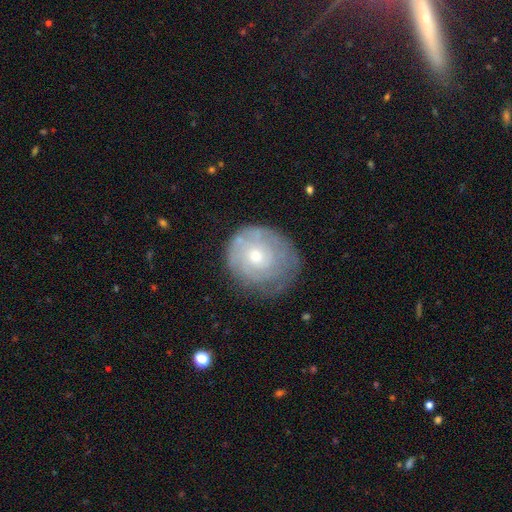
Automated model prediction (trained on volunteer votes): Smooth or featured: featured or disk — 54% (smooth — 39%)
Edge-on disk: no — 97% (yes — 3%)
Bar: no — 82% (weak — 16%)
Spiral arms: yes — 62% (no — 38%)
Bulge size: moderate — 52% (small — 41%)
Merging: none — 61% (minor disturbance — 26%)